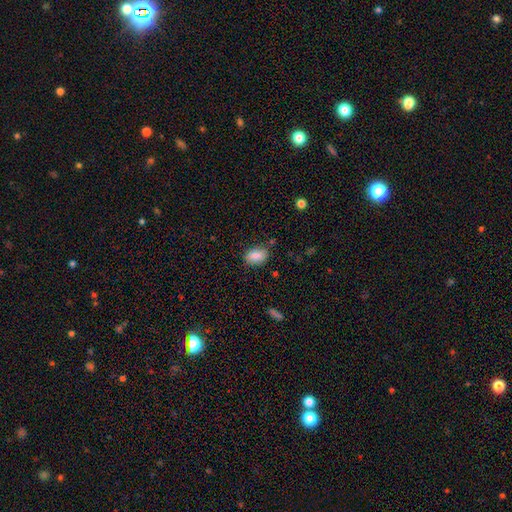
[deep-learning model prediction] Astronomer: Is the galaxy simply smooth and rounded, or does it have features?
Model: smooth — 86%.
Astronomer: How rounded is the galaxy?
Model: in between — 85%.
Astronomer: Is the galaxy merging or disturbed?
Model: none — 77%.